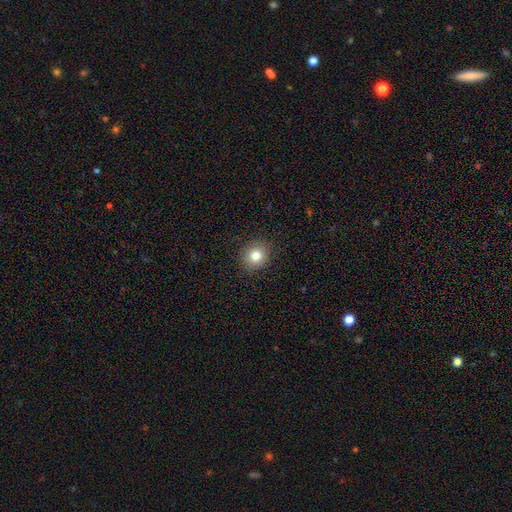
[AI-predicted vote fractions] Smooth or featured? smooth (80%)
How rounded? round (83%)
Merging? none (90%)